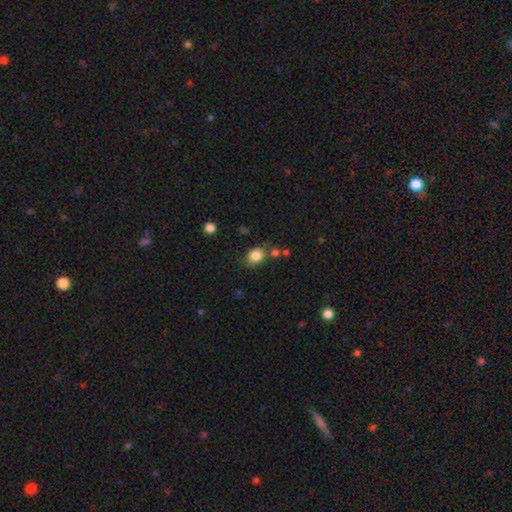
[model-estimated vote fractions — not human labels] Smooth or featured: smooth — 84% (star or artifact — 10%)
How rounded: round — 64% (in between — 35%)
Merging: none — 67% (minor disturbance — 17%)